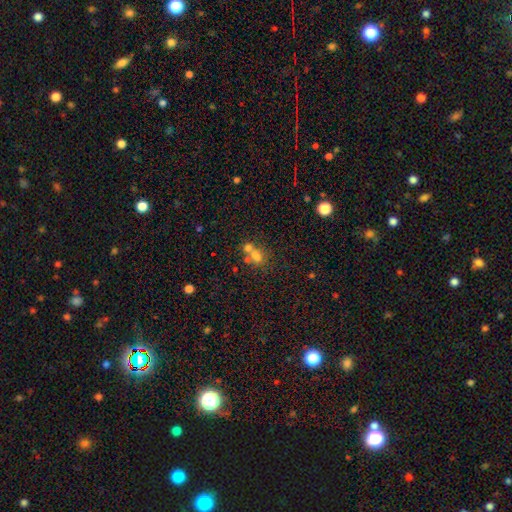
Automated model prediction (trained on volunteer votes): smooth_or_featured: smooth (p=0.64) [alt: star or artifact p=0.20]
how_rounded: in between (p=0.50) [alt: round p=0.48]
merging: merger (p=0.51) [alt: none p=0.35]